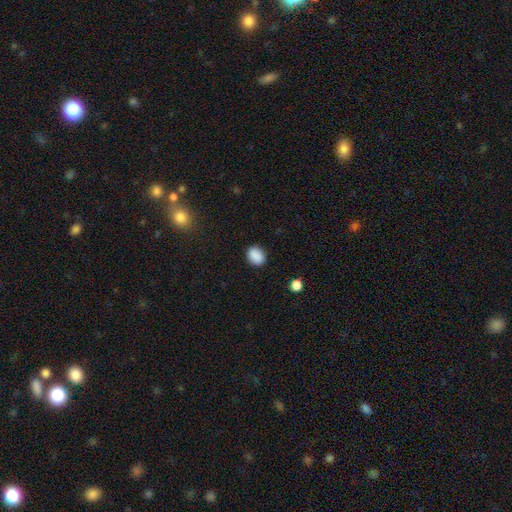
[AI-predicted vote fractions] This appears to be a smooth galaxy with no disk features (88%) that is in between round and cigar-shaped (58%). Merging: none (87%).